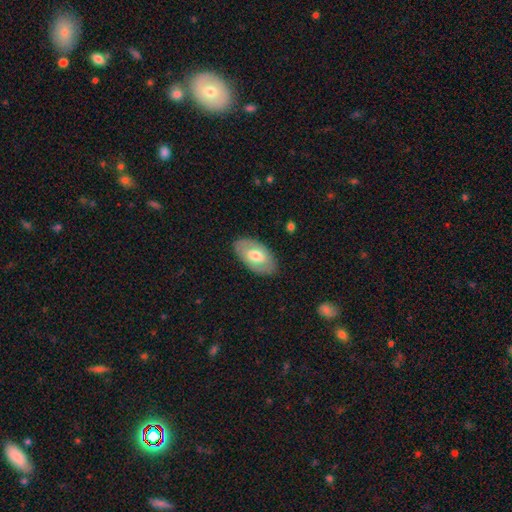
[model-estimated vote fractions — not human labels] Morphology: type=smooth (56%); roundness=in between (94%); merging=none (84%).